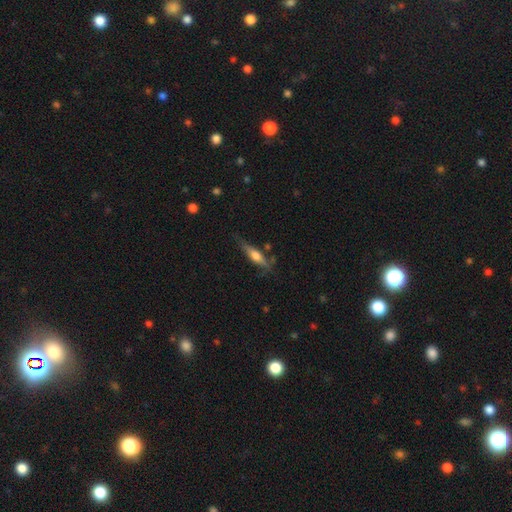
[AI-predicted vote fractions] Smooth or featured?
  - featured or disk: 54% *
  - smooth: 40%
  - star or artifact: 6%
Edge-on disk?
  - yes: 92% *
  - no: 8%
Merging?
  - none: 69% *
  - minor disturbance: 21%
  - major disturbance: 6%
  - merger: 4%